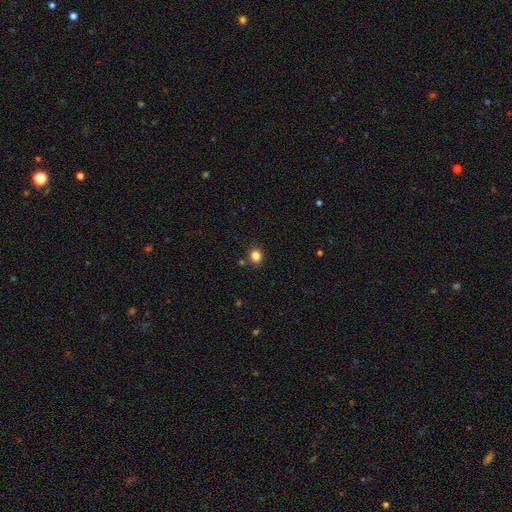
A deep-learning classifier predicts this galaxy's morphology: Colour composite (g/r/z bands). It shows a smooth galaxy with no disk features (84%) that is round (68%). Merging: none (84%).